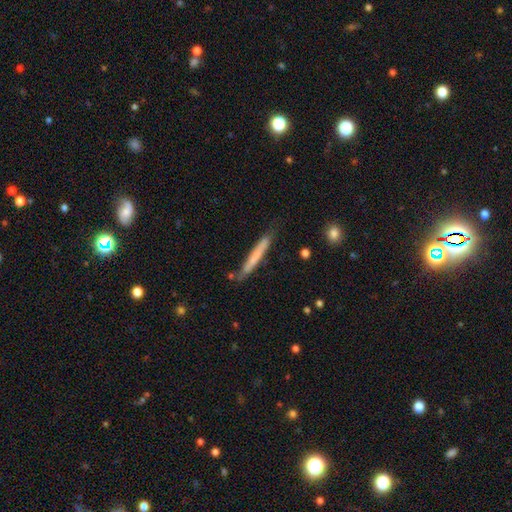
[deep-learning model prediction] Morphology: type=smooth (64%); roundness=cigar-shaped (96%); merging=none (74%).